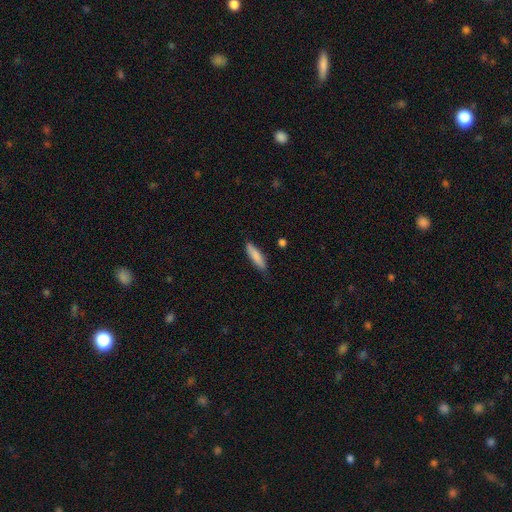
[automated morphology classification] Smooth or featured? smooth (84%)
How rounded? cigar-shaped (73%)
Merging? none (80%)